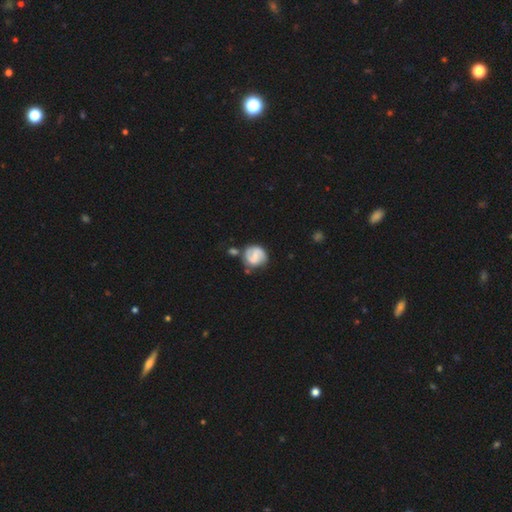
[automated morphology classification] type=featured or disk (63%); edge-on=no (98%); bar=weak (48%); spiral arms=yes (86%); winding=medium (42%); arm count=2 (77%); bulge=small (49%); merging=none (58%).